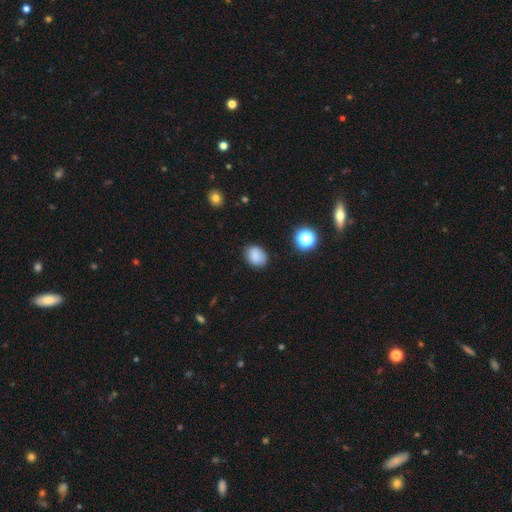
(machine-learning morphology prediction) This appears to be a smooth galaxy with no disk features (84%) that is in between round and cigar-shaped (59%). Merging: none (82%).